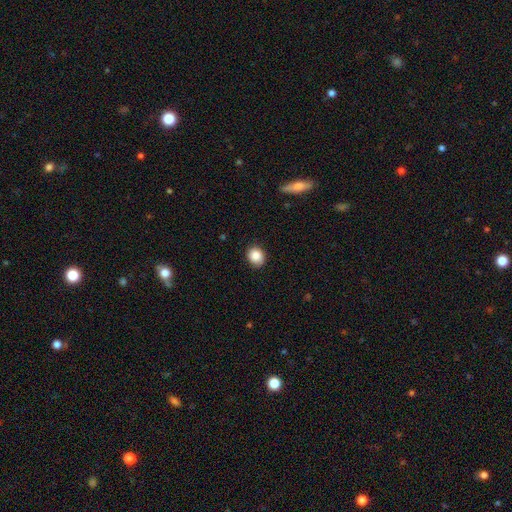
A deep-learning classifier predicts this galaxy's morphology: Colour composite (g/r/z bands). It shows a smooth galaxy with no disk features (87%) that is round (63%). Merging: none (86%).